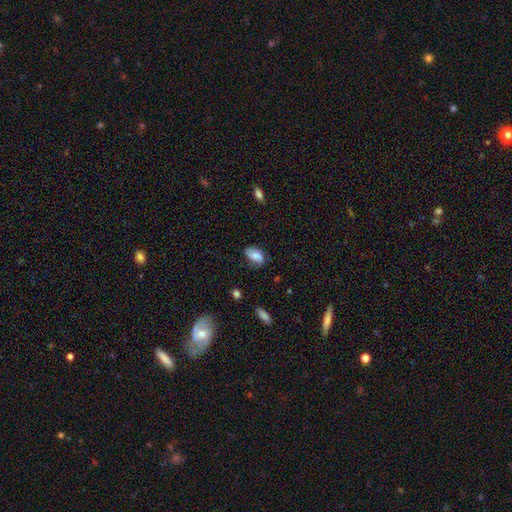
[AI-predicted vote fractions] smooth 68%, featured or disk 24%, star or artifact 8%. Down the decision tree: how rounded — in between (91%); merging — none (61%).